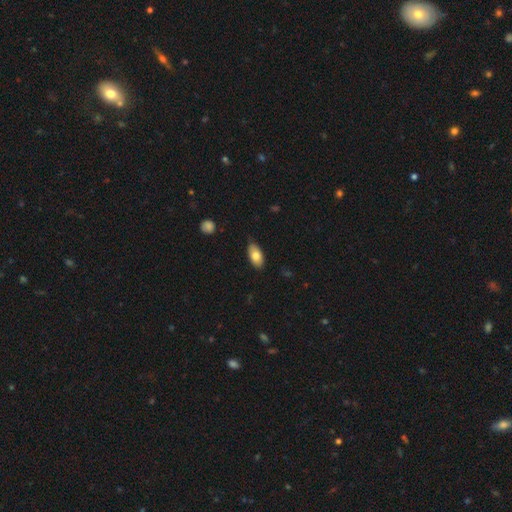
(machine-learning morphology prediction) Overall: smooth (79%). How rounded: in between (92%). Merging: none (77%).